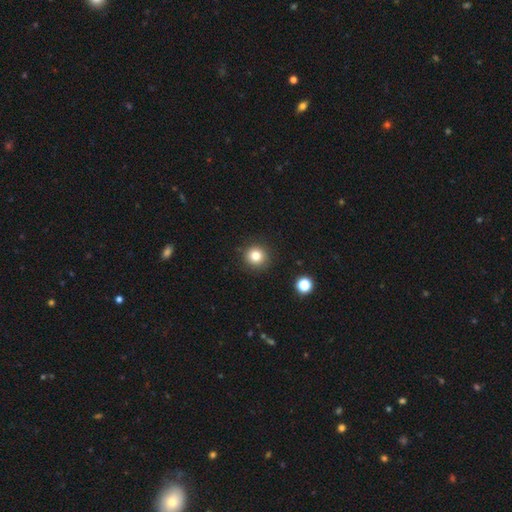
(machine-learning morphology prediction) A smooth galaxy with no disk features (81%) that is round (94%). Merging: none (91%).